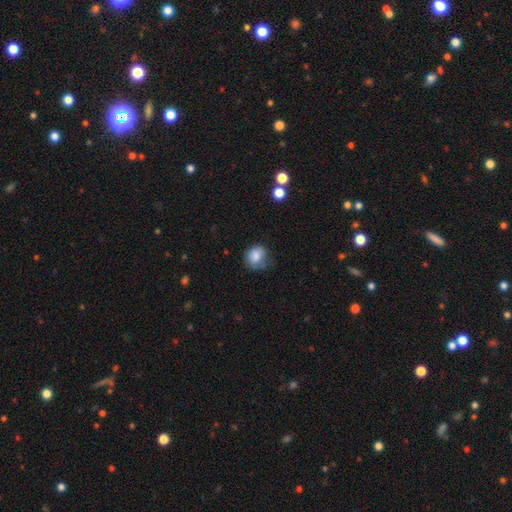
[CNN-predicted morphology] smooth_or_featured: smooth (p=0.82) [alt: star or artifact p=0.09]
how_rounded: round (p=0.60) [alt: in between p=0.39]
merging: none (p=0.59) [alt: minor disturbance p=0.29]